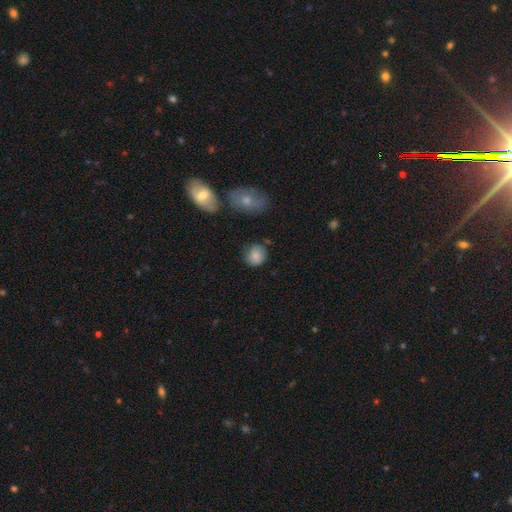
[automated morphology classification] Overall: smooth (83%). How rounded: round (76%). Merging: none (71%).